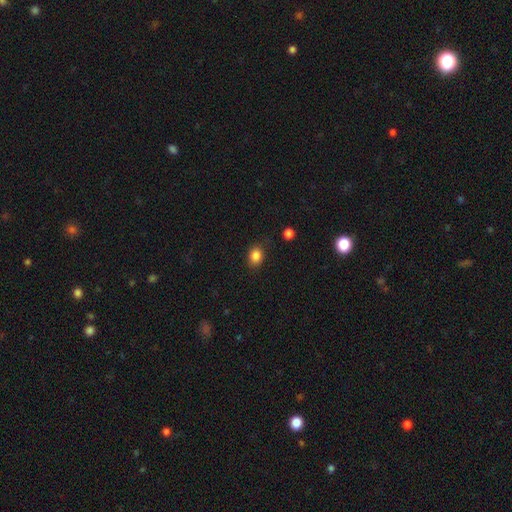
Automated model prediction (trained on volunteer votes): Smooth or featured?
  - smooth: 85% *
  - star or artifact: 11%
  - featured or disk: 5%
How rounded?
  - in between: 52% *
  - round: 47%
  - cigar-shaped: 1%
Merging?
  - none: 81% *
  - minor disturbance: 13%
  - major disturbance: 3%
  - merger: 2%